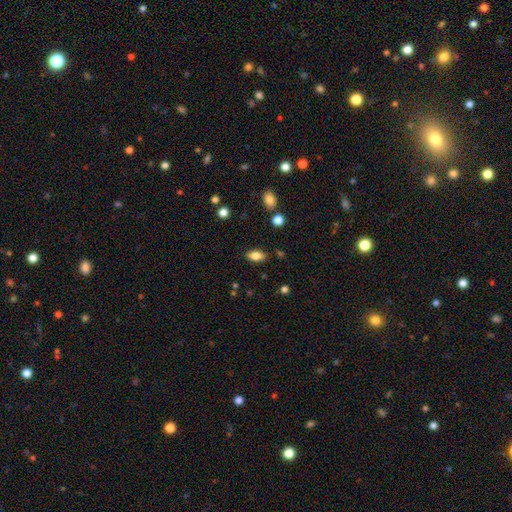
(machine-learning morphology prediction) smooth-or-featured: smooth: 81% | featured or disk: 11% | star or artifact: 8%
  how-rounded: in between: 90% | cigar-shaped: 6% | round: 4%
  merging: none: 85% | minor disturbance: 10% | major disturbance: 2% | merger: 2%